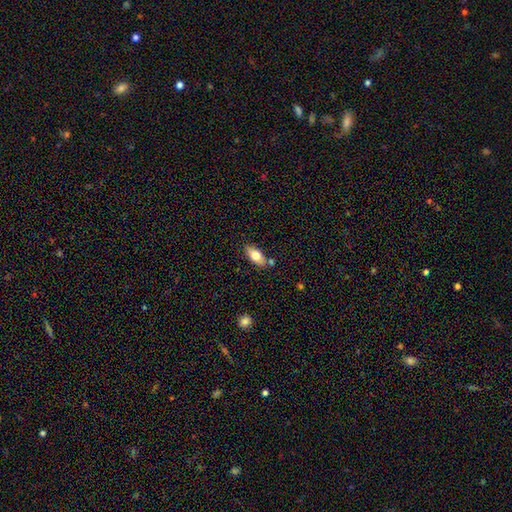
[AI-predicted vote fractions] This is likely a smooth galaxy (73%). How rounded: clearly in between (86%). Merging: likely none (76%).